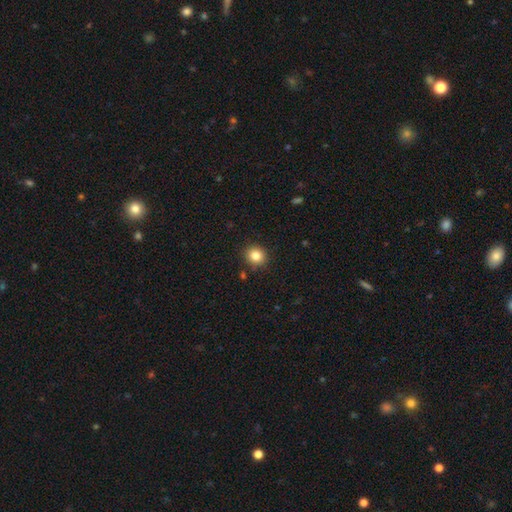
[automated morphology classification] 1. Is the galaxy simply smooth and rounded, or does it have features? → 83% smooth, 11% star or artifact, 6% featured or disk.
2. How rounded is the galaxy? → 87% round, 13% in between, 1% cigar-shaped.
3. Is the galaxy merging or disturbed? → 89% none, 7% minor disturbance, 2% major disturbance, 2% merger.